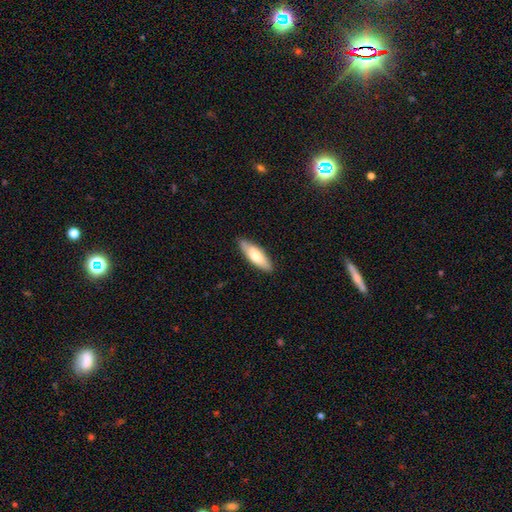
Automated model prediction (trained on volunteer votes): Morphology: type=smooth (70%); roundness=in between (53%); merging=none (83%).